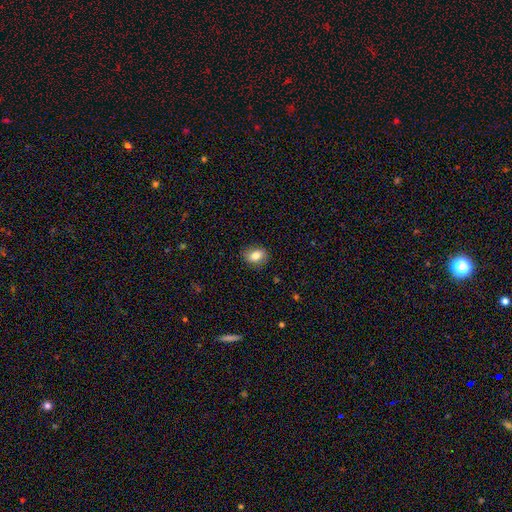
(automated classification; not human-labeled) The model was most divided on "how rounded": in between: 65%, round: 33%, cigar-shaped: 2%. More confident: merging — none (83%); smooth or featured — smooth (80%).